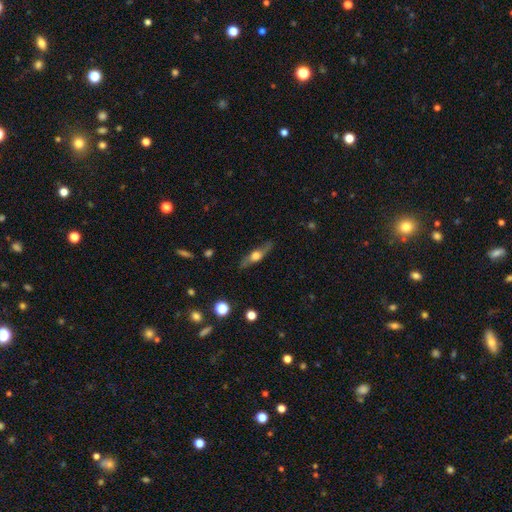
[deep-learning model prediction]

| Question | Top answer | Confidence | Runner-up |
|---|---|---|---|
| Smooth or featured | featured or disk | 60% | smooth (33%) |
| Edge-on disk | yes | 85% | no (15%) |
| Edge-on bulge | rounded | 91% | boxy (6%) |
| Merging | none | 83% | minor disturbance (12%) |